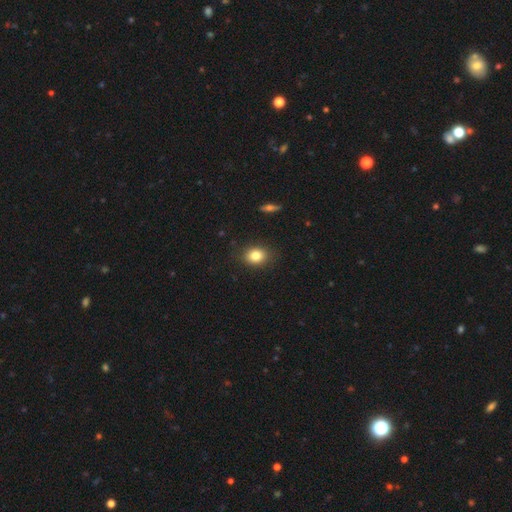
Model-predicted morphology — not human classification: Smooth or featured?
  - smooth: 82% *
  - star or artifact: 10%
  - featured or disk: 8%
How rounded?
  - in between: 54% *
  - round: 44%
  - cigar-shaped: 1%
Merging?
  - none: 85% *
  - minor disturbance: 11%
  - major disturbance: 3%
  - merger: 1%